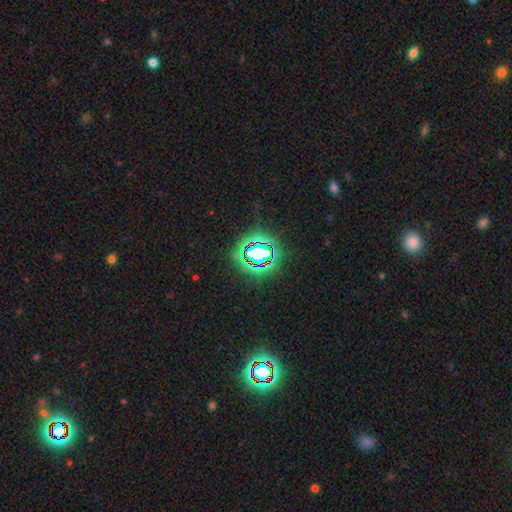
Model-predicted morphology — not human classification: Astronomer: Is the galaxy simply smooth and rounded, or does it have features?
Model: star or artifact — 75%.